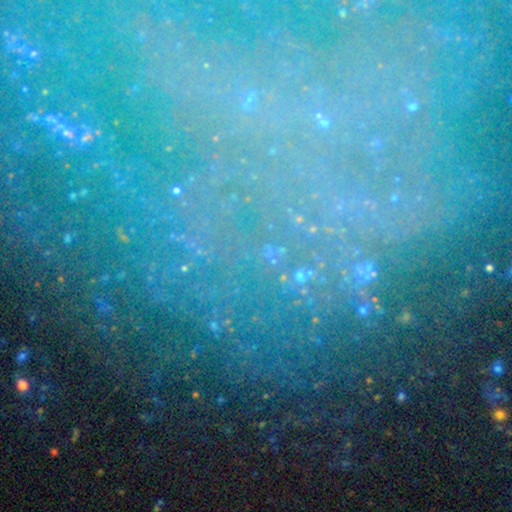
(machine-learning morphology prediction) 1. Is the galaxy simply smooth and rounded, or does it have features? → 70% star or artifact, 18% featured or disk, 12% smooth.